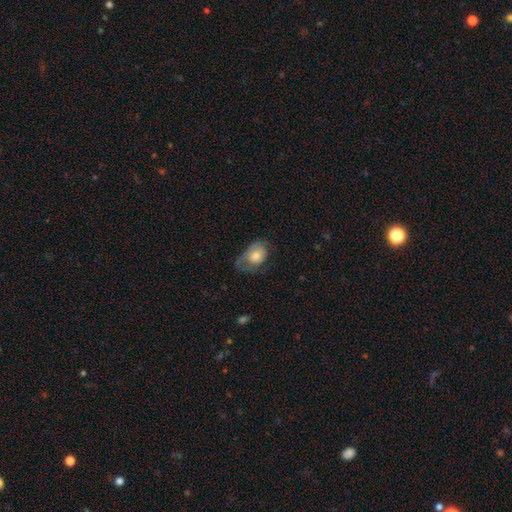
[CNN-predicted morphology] Overall: smooth (63%; featured or disk 30%). How rounded: in between (79%). Merging: none (35%; minor disturbance 33%).